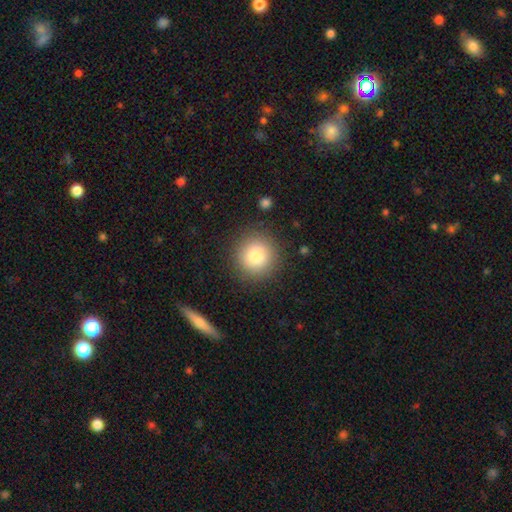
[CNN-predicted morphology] Smooth or featured? smooth (83%)
How rounded? round (93%)
Merging? none (88%)